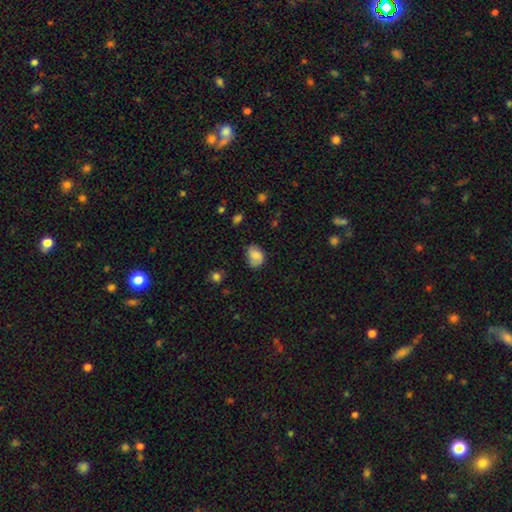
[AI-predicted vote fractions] smooth 74%, featured or disk 17%, star or artifact 9%. Down the decision tree: how rounded — in between (68%); merging — none (58%).